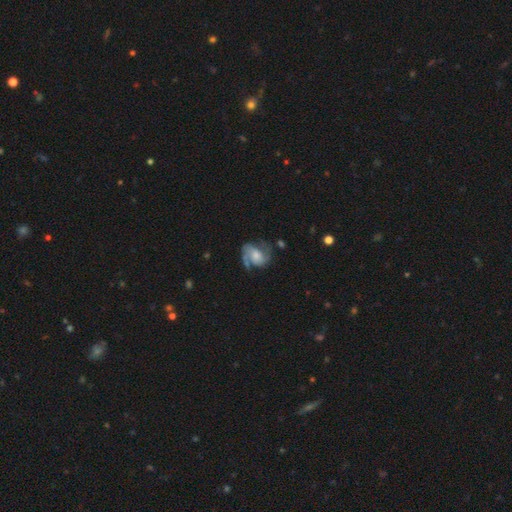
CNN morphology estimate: smooth_or_featured: featured or disk (p=0.73) [alt: smooth p=0.20]
disk_edge_on: no (p=0.98) [alt: yes p=0.02]
bar: no (p=0.56) [alt: weak p=0.35]
has_spiral_arms: yes (p=0.91) [alt: no p=0.09]
spiral_winding: medium (p=0.49) [alt: loose p=0.30]
spiral_arm_count: 2 (p=0.81) [alt: 1 p=0.08]
bulge_size: moderate (p=0.40) [alt: small p=0.34]
merging: none (p=0.54) [alt: minor disturbance p=0.22]